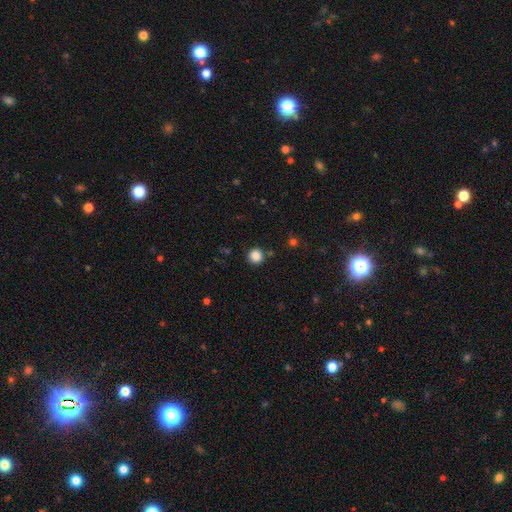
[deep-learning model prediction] Smooth or featured? Predicted: smooth (p=0.86). How rounded? Predicted: round (p=0.94). Merging? Predicted: none (p=0.87).